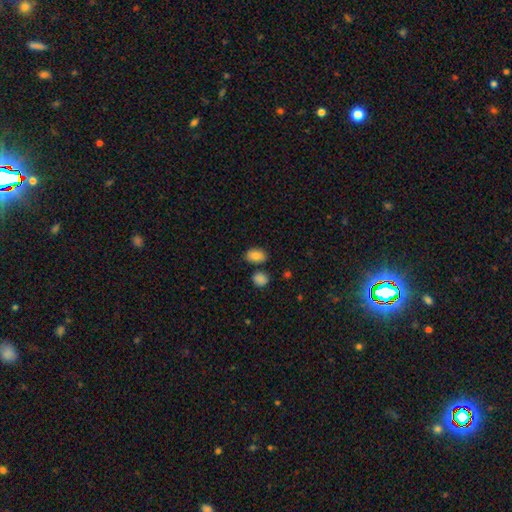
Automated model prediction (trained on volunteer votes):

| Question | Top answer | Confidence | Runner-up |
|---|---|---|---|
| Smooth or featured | smooth | 83% | star or artifact (9%) |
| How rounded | in between | 84% | round (15%) |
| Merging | none | 79% | minor disturbance (11%) |